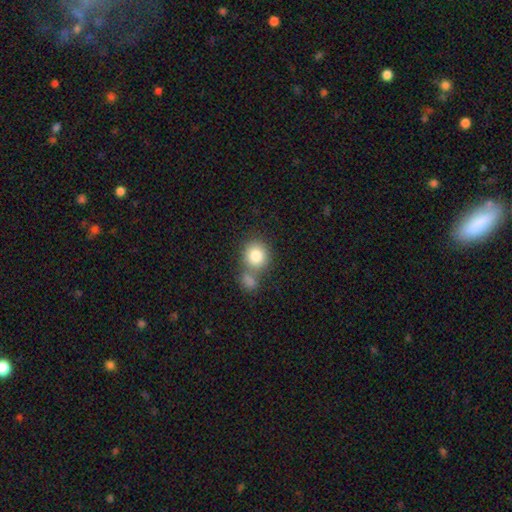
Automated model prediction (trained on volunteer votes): The model was most divided on "merging": none: 50%, merger: 36%, minor disturbance: 10%, major disturbance: 4%. More confident: how rounded — round (84%); smooth or featured — smooth (83%).